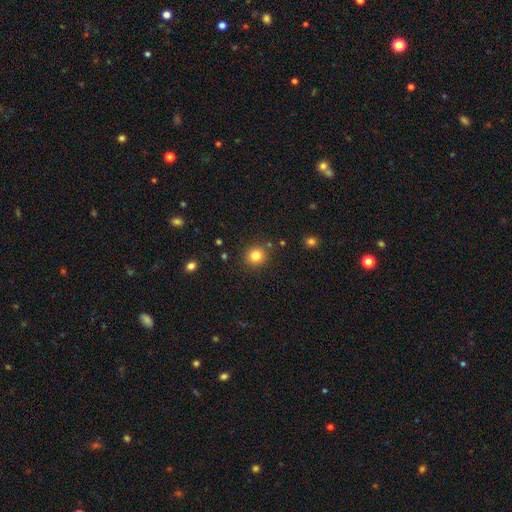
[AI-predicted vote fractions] A smooth galaxy with no disk features (82%) that is round (92%). Merging: none (88%).